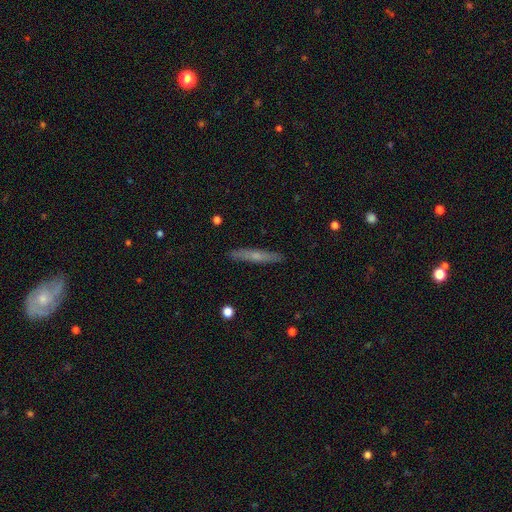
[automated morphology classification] smooth_or_featured: featured or disk (p=0.49) [alt: smooth p=0.45]
merging: none (p=0.90) [alt: minor disturbance p=0.08]